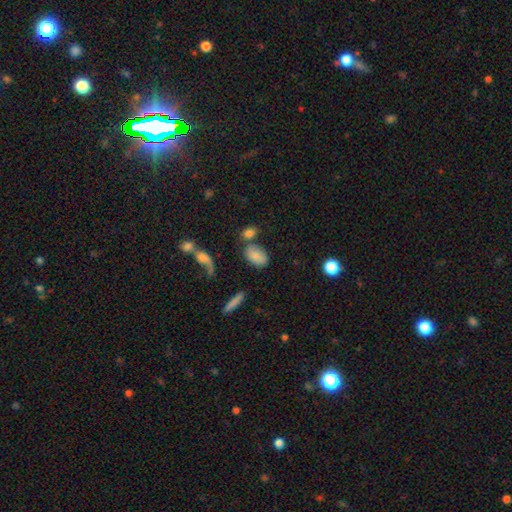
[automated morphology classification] smooth-or-featured: smooth: 78% | featured or disk: 13% | star or artifact: 9%
  how-rounded: in between: 91% | round: 7% | cigar-shaped: 2%
  merging: none: 55% | merger: 20% | minor disturbance: 16% | major disturbance: 10%